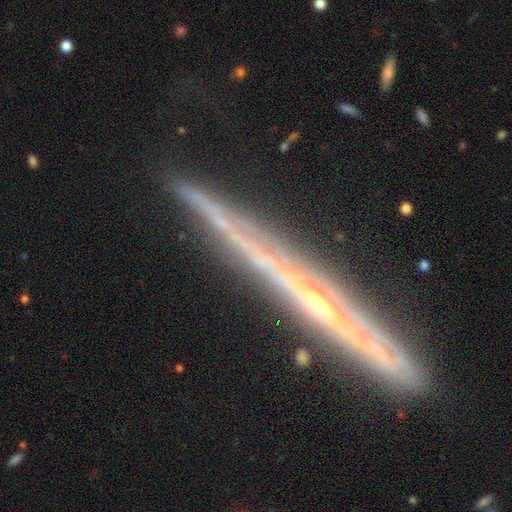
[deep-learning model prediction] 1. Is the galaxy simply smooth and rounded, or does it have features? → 79% featured or disk, 11% smooth, 11% star or artifact.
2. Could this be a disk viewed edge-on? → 93% yes, 7% no.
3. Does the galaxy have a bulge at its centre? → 54% none, 37% rounded, 8% boxy.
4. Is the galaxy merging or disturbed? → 84% none, 11% minor disturbance, 3% major disturbance, 2% merger.